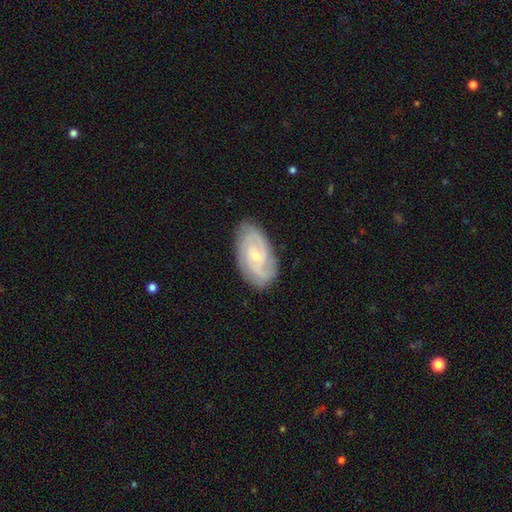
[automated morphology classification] This appears to be a featured or disk galaxy (81%) with no bar (56%), 2 (42%) tight (55%) spiral arms (95%) and a small central bulge (68%). Merging: none (82%).